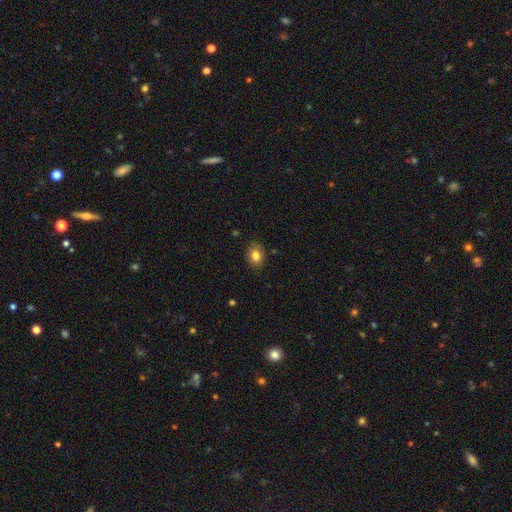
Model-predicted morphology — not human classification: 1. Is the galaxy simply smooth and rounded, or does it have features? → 82% smooth, 9% star or artifact, 9% featured or disk.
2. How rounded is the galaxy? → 65% in between, 34% round, 1% cigar-shaped.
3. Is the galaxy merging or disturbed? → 84% none, 12% minor disturbance, 2% major disturbance, 1% merger.